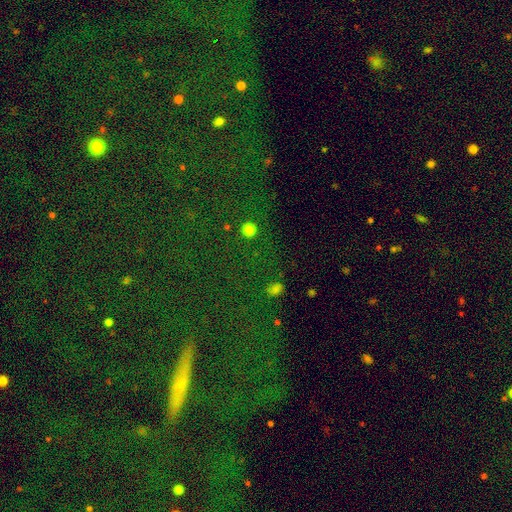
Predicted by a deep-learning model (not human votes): A star or artifact, not a galaxy (67%).

Vote fractions:
- Smooth or featured? star or artifact: 67% / featured or disk: 18% / smooth: 15%